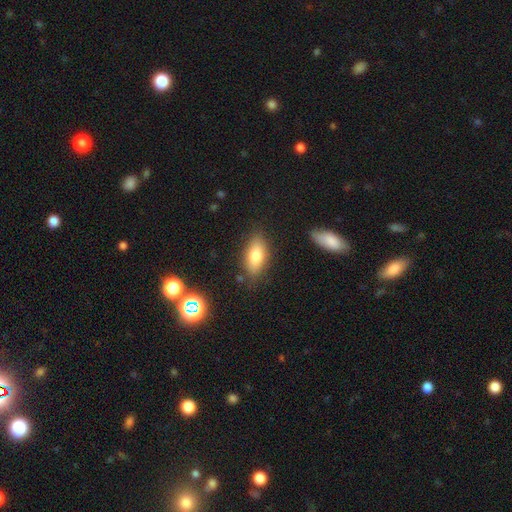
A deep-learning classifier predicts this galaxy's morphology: Smooth or featured? Predicted: smooth (p=0.76). How rounded? Predicted: in between (p=0.84). Merging? Predicted: none (p=0.80).